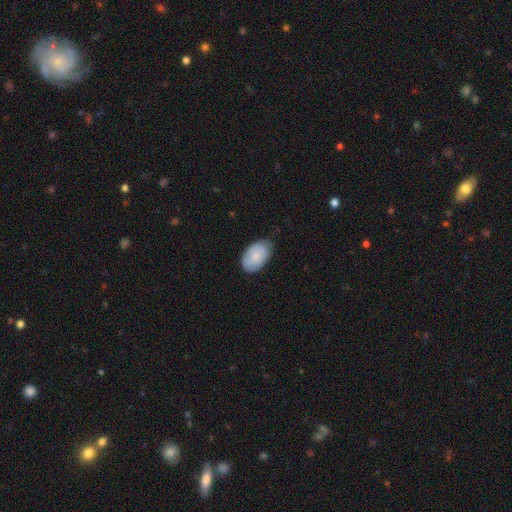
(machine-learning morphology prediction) Q: Smooth or featured?
A: smooth (79%); runner-up: featured or disk (15%)
Q: How rounded?
A: in between (92%); runner-up: round (6%)
Q: Merging?
A: none (71%); runner-up: minor disturbance (24%)